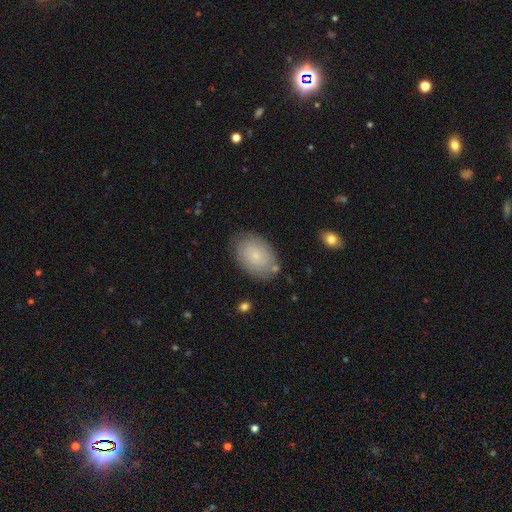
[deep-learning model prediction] The model was most divided on "smooth or featured": smooth: 60%, featured or disk: 32%, star or artifact: 8%. More confident: how rounded — in between (85%); merging — none (77%).